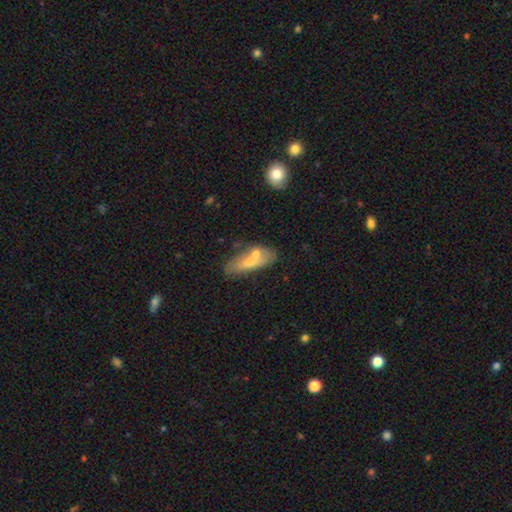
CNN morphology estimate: Smooth or featured: smooth — 56% (featured or disk — 36%)
How rounded: in between — 60% (cigar-shaped — 37%)
Merging: none — 49% (minor disturbance — 21%)